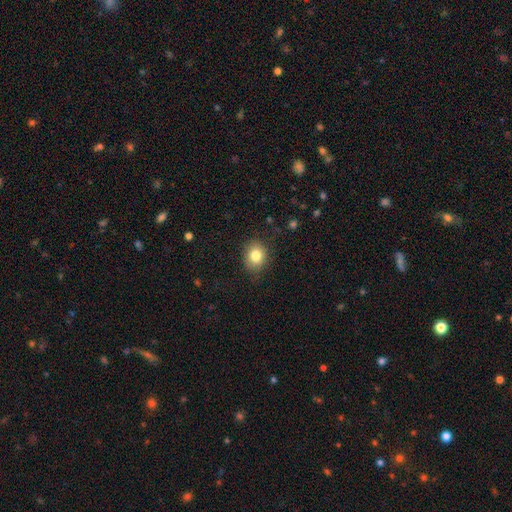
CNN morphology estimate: type=smooth (81%); roundness=round (56%); merging=none (82%).